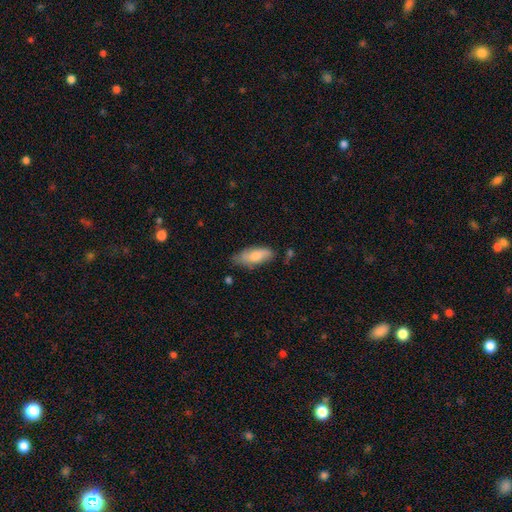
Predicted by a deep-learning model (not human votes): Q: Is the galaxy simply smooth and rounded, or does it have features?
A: smooth — 73%.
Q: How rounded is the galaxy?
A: in between — 75%.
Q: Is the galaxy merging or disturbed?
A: none — 65%.